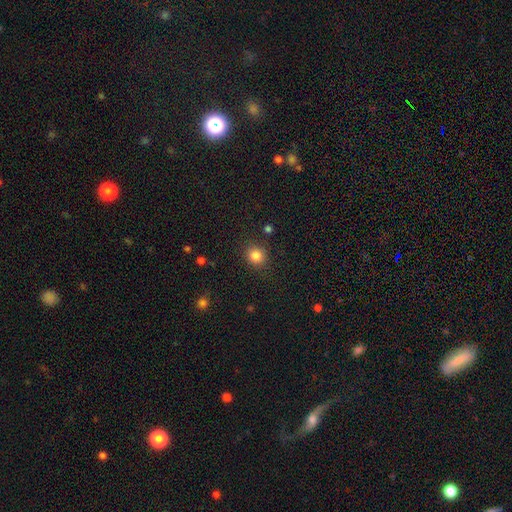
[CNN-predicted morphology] Q: Smooth or featured?
A: smooth (84%); runner-up: star or artifact (11%)
Q: How rounded?
A: round (85%); runner-up: in between (14%)
Q: Merging?
A: none (87%); runner-up: minor disturbance (8%)